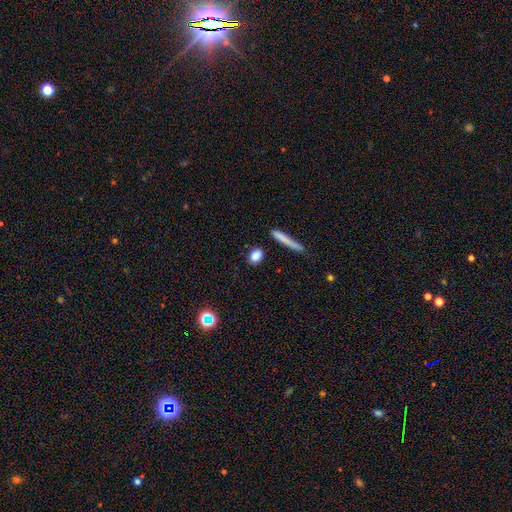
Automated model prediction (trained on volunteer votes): Smooth or featured? smooth (85%)
How rounded? in between (56%)
Merging? none (83%)